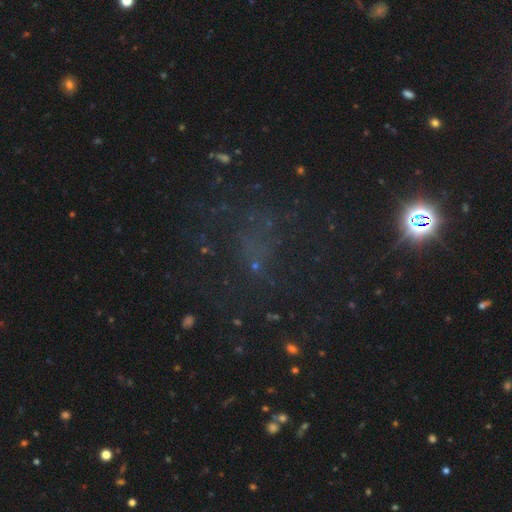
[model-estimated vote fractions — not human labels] A star or artifact, not a galaxy (48%).